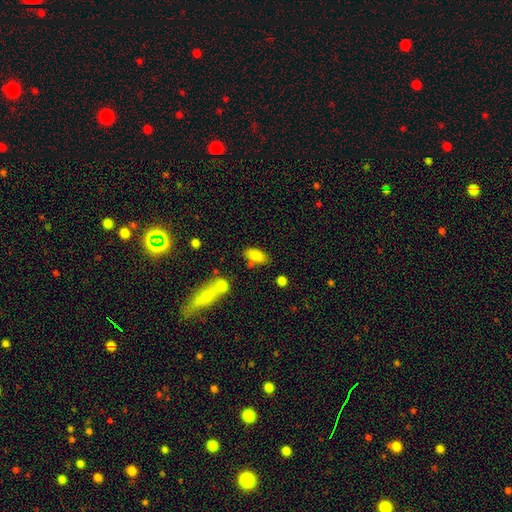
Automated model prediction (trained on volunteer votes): smooth 84%, star or artifact 8%, featured or disk 8%. Down the decision tree: how rounded — in between (88%); merging — none (71%).